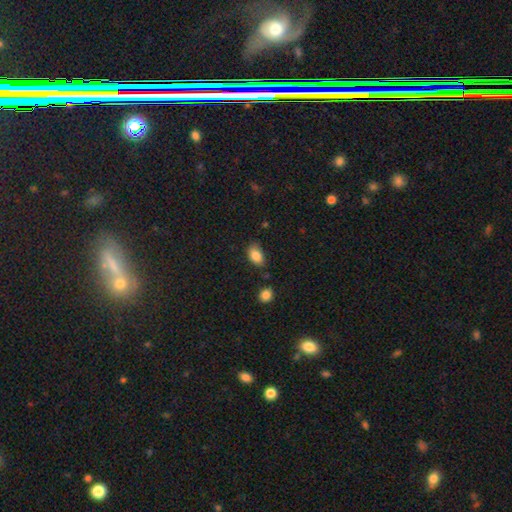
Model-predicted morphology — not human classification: Smooth or featured?
  - smooth: 85% *
  - star or artifact: 8%
  - featured or disk: 7%
How rounded?
  - in between: 88% *
  - round: 10%
  - cigar-shaped: 2%
Merging?
  - none: 71% *
  - minor disturbance: 22%
  - merger: 4%
  - major disturbance: 4%